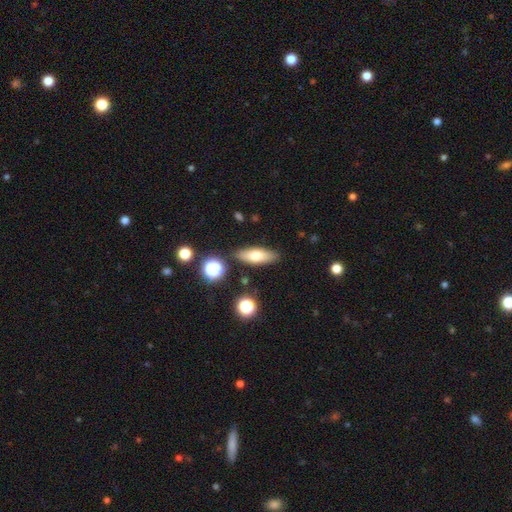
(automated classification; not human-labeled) Q: Smooth or featured?
A: smooth (70%); runner-up: featured or disk (22%)
Q: How rounded?
A: in between (63%); runner-up: cigar-shaped (33%)
Q: Merging?
A: none (85%); runner-up: minor disturbance (9%)